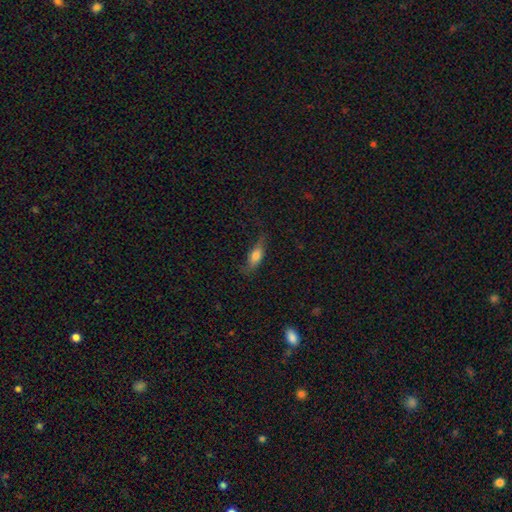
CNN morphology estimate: type=smooth (70%); roundness=in between (69%); merging=none (64%).